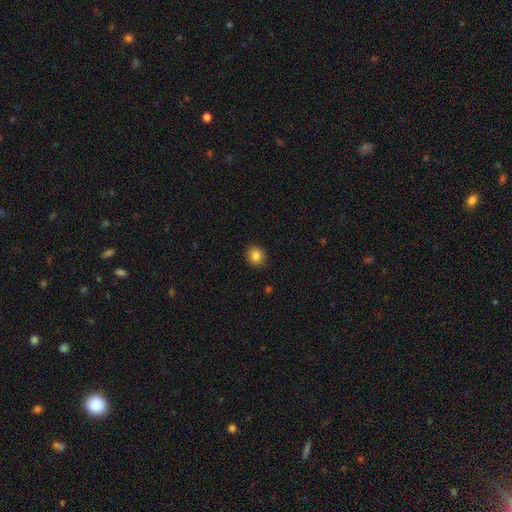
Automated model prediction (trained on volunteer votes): Smooth or featured? Predicted: smooth (p=0.84). How rounded? Predicted: round (p=0.83). Merging? Predicted: none (p=0.90).